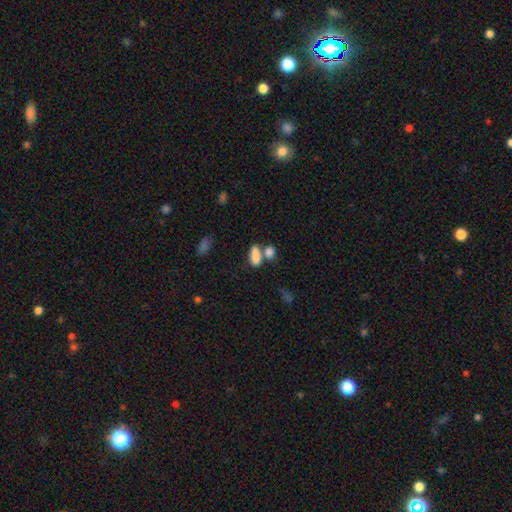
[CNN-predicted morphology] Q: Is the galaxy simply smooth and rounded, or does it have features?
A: smooth — 85%.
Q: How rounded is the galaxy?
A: in between — 82%.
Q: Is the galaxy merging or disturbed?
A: none — 44%.